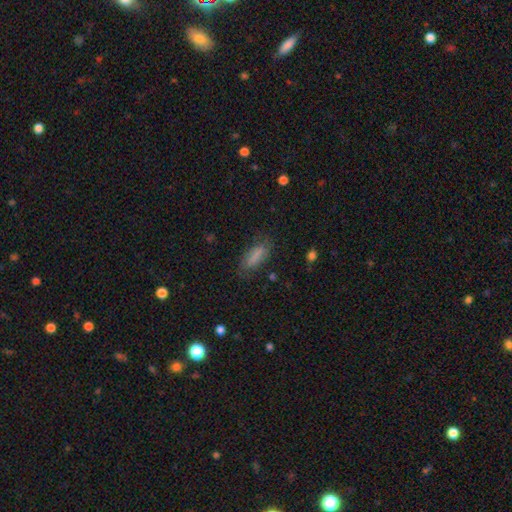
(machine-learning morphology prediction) This appears to be a smooth galaxy with no disk features (80%) that is in between round and cigar-shaped (63%). Merging: none (75%).